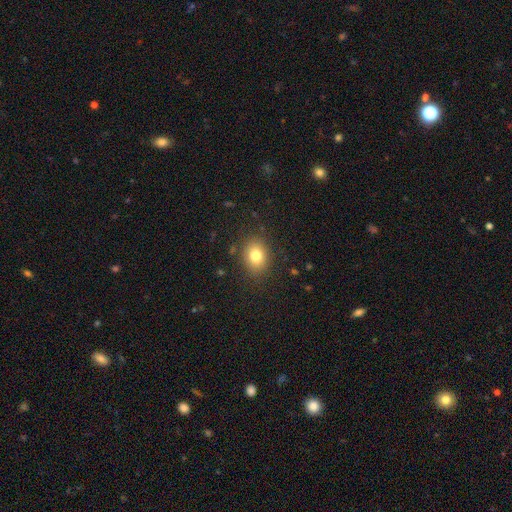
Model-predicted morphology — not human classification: Smooth or featured?
  - smooth: 80% *
  - star or artifact: 11%
  - featured or disk: 9%
How rounded?
  - in between: 54% *
  - round: 45%
  - cigar-shaped: 1%
Merging?
  - none: 85% *
  - minor disturbance: 10%
  - major disturbance: 3%
  - merger: 1%